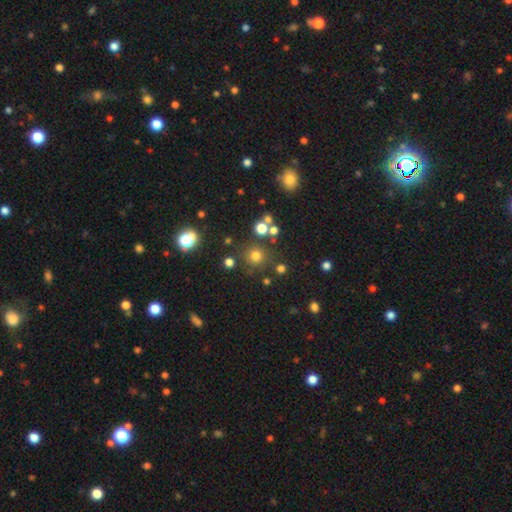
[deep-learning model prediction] smooth_or_featured: smooth (p=0.72) [alt: star or artifact p=0.21]
how_rounded: round (p=0.94) [alt: in between p=0.05]
merging: none (p=0.81) [alt: minor disturbance p=0.08]